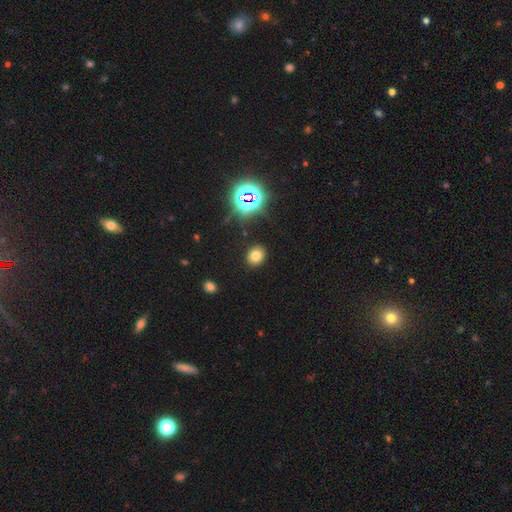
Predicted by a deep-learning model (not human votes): smooth-or-featured: smooth: 73% | star or artifact: 20% | featured or disk: 8%
  how-rounded: round: 63% | in between: 36% | cigar-shaped: 1%
  merging: none: 89% | minor disturbance: 7% | major disturbance: 3% | merger: 2%